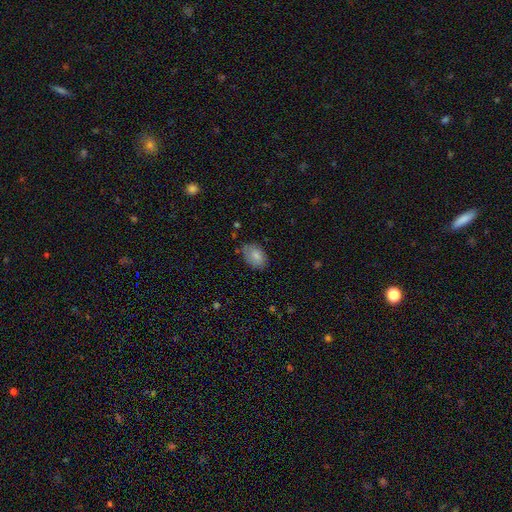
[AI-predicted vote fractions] A smooth galaxy with no disk features (83%) that is in between round and cigar-shaped (87%).

Vote fractions:
- Smooth or featured? smooth: 83% / featured or disk: 9% / star or artifact: 7%
- How rounded? in between: 87% / round: 11% / cigar-shaped: 1%
- Merging? none: 76% / minor disturbance: 19% / major disturbance: 4% / merger: 2%